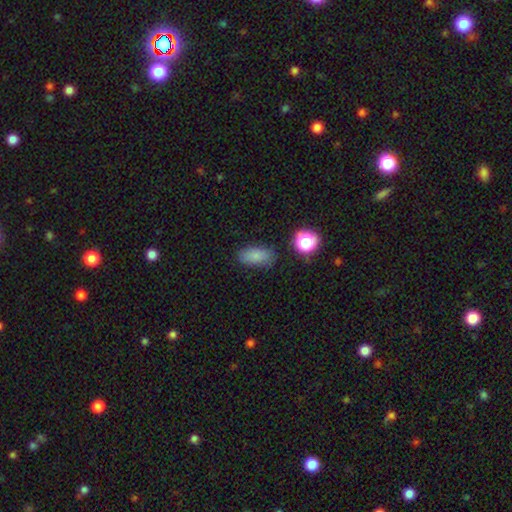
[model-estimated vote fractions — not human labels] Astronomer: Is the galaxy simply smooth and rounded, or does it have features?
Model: smooth — 81%.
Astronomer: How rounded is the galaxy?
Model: in between — 87%.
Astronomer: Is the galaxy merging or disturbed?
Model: none — 79%.